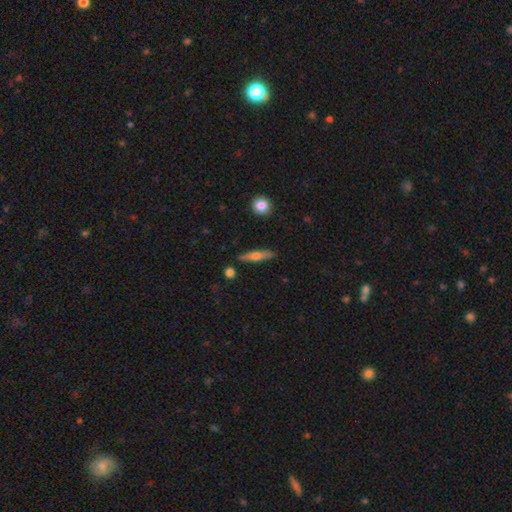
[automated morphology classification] Smooth or featured?
  - smooth: 50% *
  - featured or disk: 43%
  - star or artifact: 7%
How rounded?
  - cigar-shaped: 79% *
  - in between: 17%
  - round: 3%
Merging?
  - none: 86% *
  - minor disturbance: 10%
  - merger: 2%
  - major disturbance: 2%